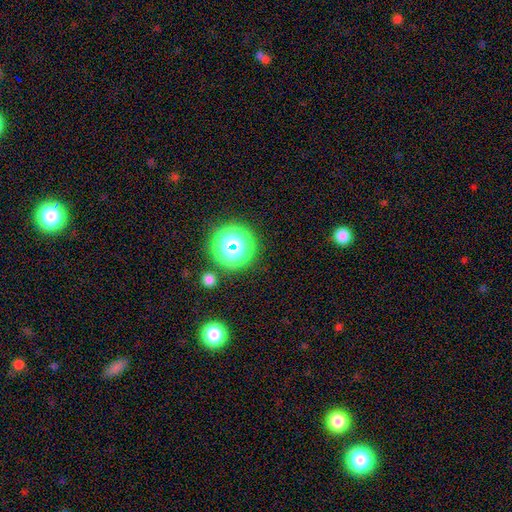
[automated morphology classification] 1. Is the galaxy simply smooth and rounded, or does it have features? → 71% star or artifact, 22% smooth, 7% featured or disk.